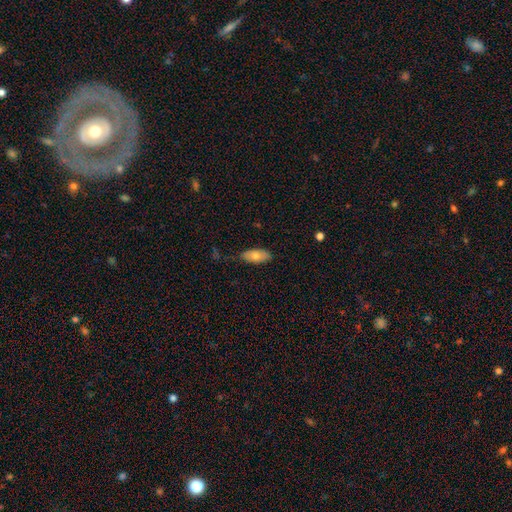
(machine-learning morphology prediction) Smooth or featured?
  - smooth: 74% *
  - featured or disk: 20%
  - star or artifact: 7%
How rounded?
  - in between: 87% *
  - cigar-shaped: 10%
  - round: 3%
Merging?
  - none: 77% *
  - minor disturbance: 19%
  - major disturbance: 3%
  - merger: 1%